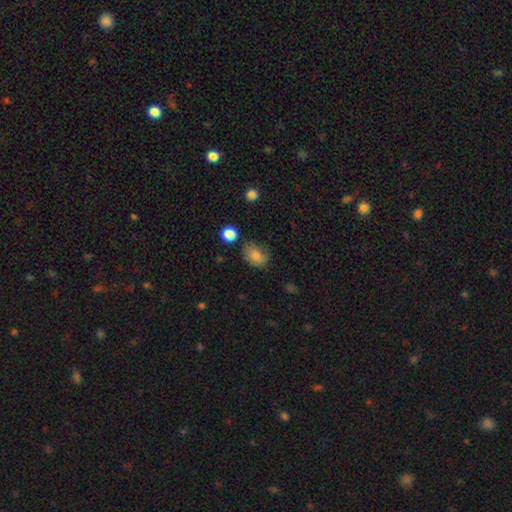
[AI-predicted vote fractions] Smooth or featured? smooth (83%)
How rounded? in between (70%)
Merging? none (69%)